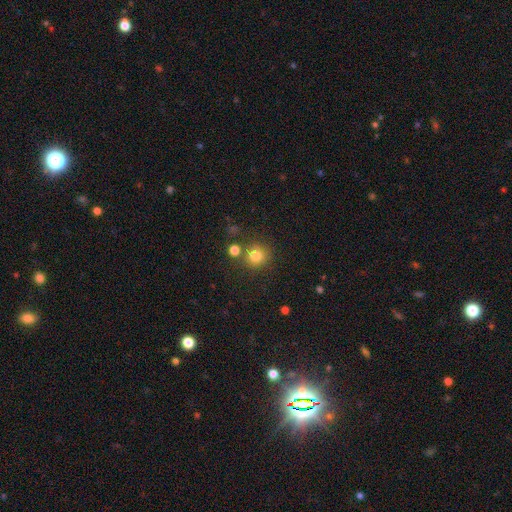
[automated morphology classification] Q: Smooth or featured?
A: smooth (79%); runner-up: star or artifact (14%)
Q: How rounded?
A: round (91%); runner-up: in between (8%)
Q: Merging?
A: none (76%); runner-up: merger (12%)